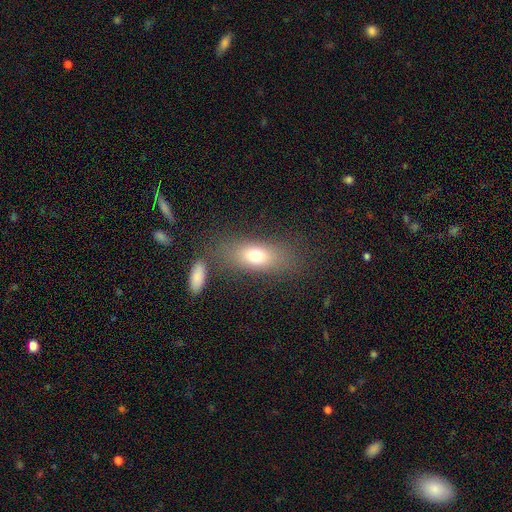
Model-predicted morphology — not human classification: The model was most divided on "smooth or featured": smooth: 72%, featured or disk: 17%, star or artifact: 11%. More confident: how rounded — in between (76%); merging — none (70%).